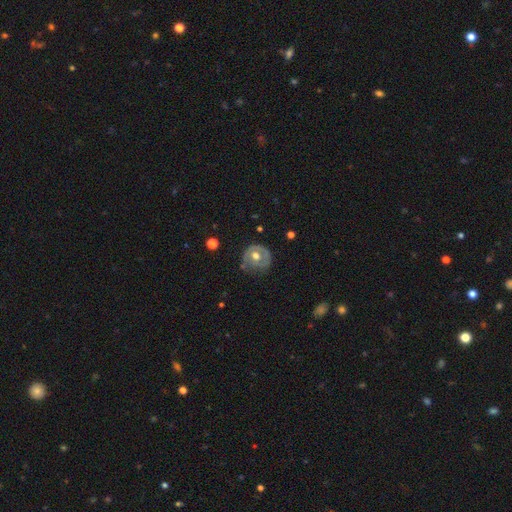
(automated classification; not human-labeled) This is possibly a featured or disk galaxy (55%). It is clearly not viewed edge-on (96%). Bar: likely no (79%). Spiral arm pattern: likely no (64%). Central bulge: likely moderate (77%). Merging: likely none (64%).